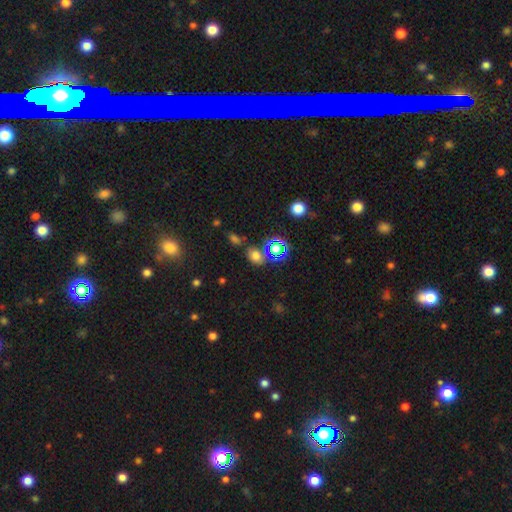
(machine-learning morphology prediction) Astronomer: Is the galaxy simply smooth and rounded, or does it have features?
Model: smooth — 62%.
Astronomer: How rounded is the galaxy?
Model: in between — 57% (runner-up: round, 41%).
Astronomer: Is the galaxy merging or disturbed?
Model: none — 70%.